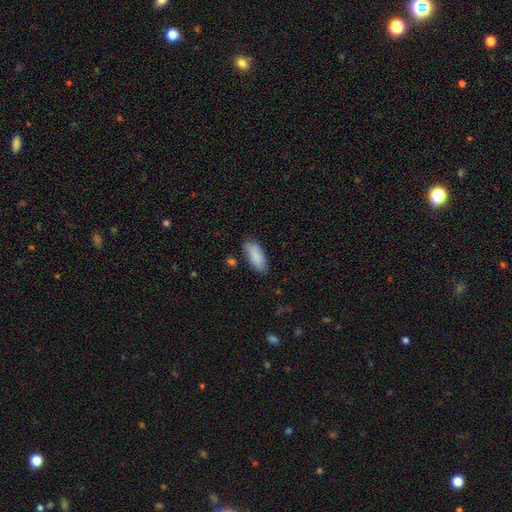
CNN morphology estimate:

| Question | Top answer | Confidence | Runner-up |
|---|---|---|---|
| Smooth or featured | smooth | 87% | featured or disk (7%) |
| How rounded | in between | 84% | cigar-shaped (14%) |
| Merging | none | 74% | minor disturbance (19%) |